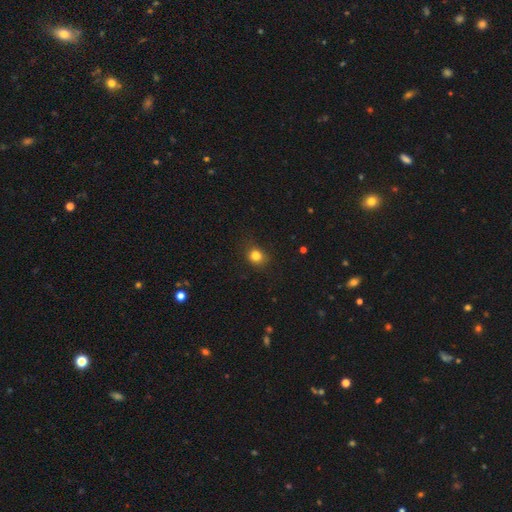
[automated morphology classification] Smooth or featured: smooth — 81% (star or artifact — 13%)
How rounded: round — 73% (in between — 26%)
Merging: none — 80% (minor disturbance — 15%)